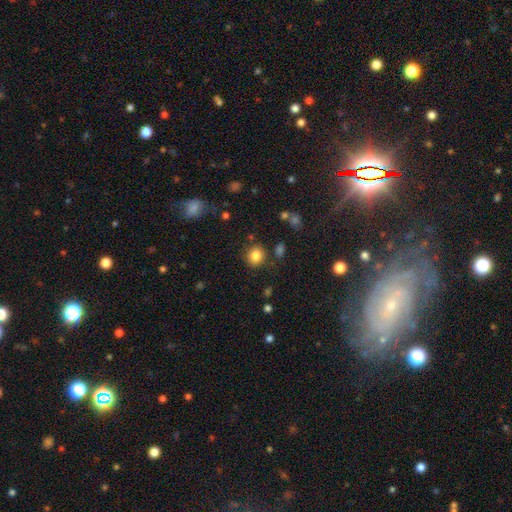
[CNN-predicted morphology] The model was most divided on "how rounded": round: 82%, in between: 17%, cigar-shaped: 1%. More confident: merging — none (84%); smooth or featured — smooth (83%).